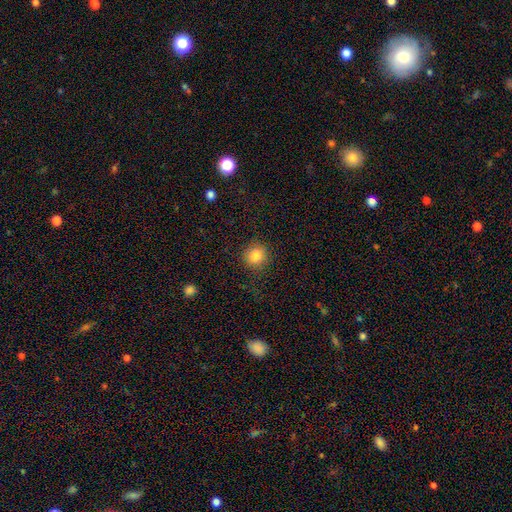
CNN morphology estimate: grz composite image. It shows a smooth galaxy with no disk features (83%) that is round (91%). Merging: none (88%).